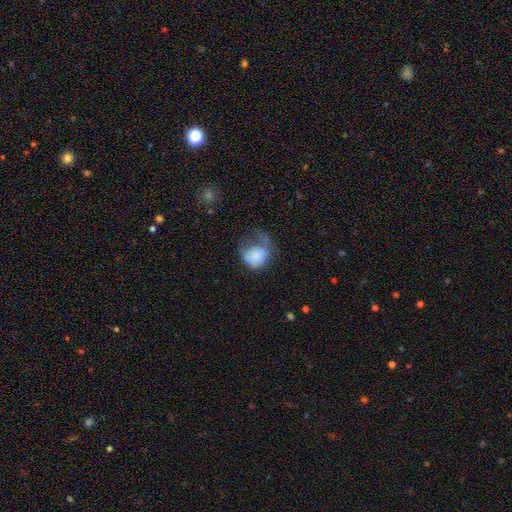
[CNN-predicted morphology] Overall: smooth (74%). How rounded: round (57%; in between 42%). Merging: major disturbance (49%; minor disturbance 23%).